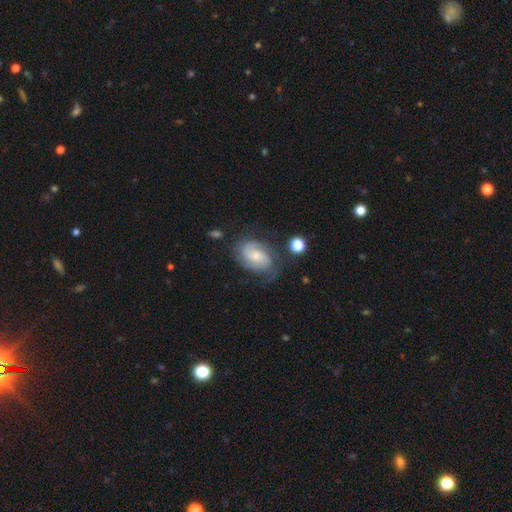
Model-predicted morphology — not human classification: Smooth or featured? Predicted: featured or disk (p=0.71). Edge-on disk? Predicted: no (p=0.97). Bar? Predicted: no (p=0.65). Spiral arms? Predicted: yes (p=0.91). Spiral winding? Predicted: tight (p=0.45). Spiral arm count? Predicted: 2 (p=0.50). Bulge size? Predicted: small (p=0.49). Merging? Predicted: none (p=0.59).